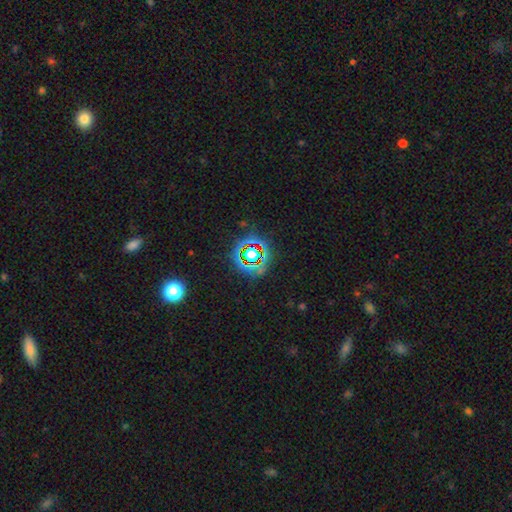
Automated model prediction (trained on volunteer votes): A star or artifact, not a galaxy (74%).